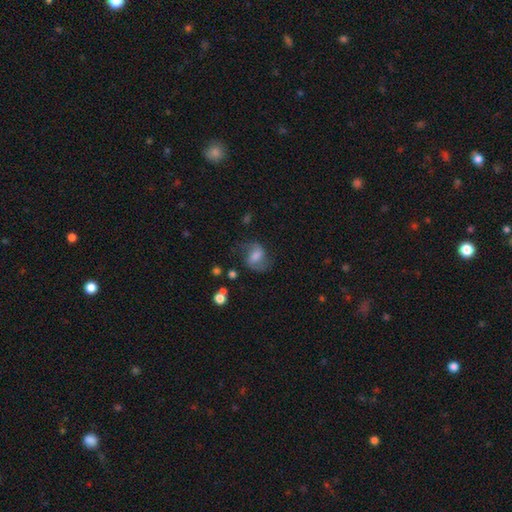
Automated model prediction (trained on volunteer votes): A featured or disk galaxy (57%) with a weak bar (47%), spiral arms (89%) and a moderate central bulge (38%).

Vote fractions:
- Smooth or featured? featured or disk: 57% / smooth: 33% / star or artifact: 9%
- Edge-on disk? no: 97% / yes: 3%
- Bar? weak: 47% / no: 30% / strong: 24%
- Spiral arms? yes: 89% / no: 11%
- Bulge size? moderate: 38% / small: 26% / large: 18% / none: 15% / dominant: 3%
- Merging? none: 62% / minor disturbance: 21% / major disturbance: 15% / merger: 2%